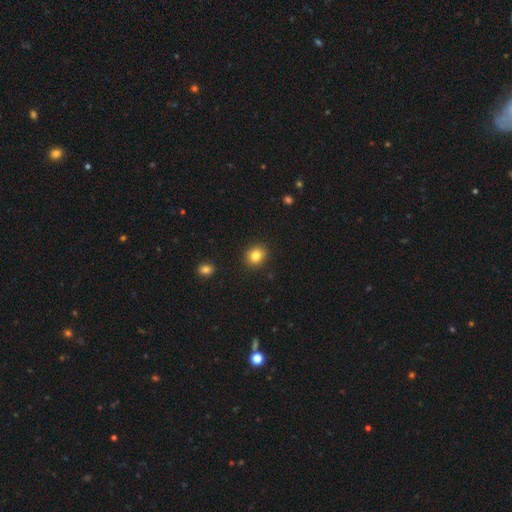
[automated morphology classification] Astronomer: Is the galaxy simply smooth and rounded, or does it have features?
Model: smooth — 84%.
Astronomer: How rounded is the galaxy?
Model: round — 66%.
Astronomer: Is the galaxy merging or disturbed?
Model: none — 89%.